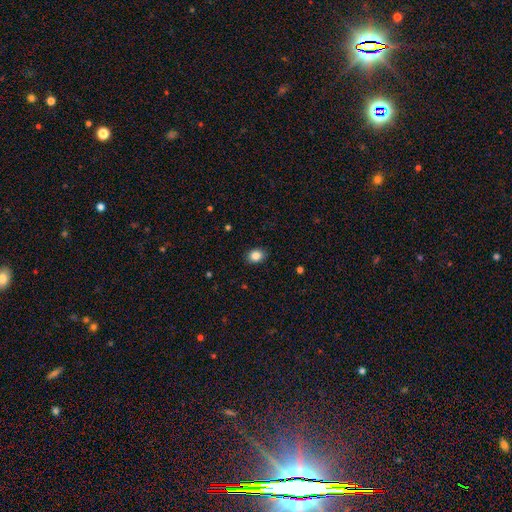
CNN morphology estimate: The model was most divided on "how rounded": in between: 55%, round: 44%, cigar-shaped: 1%. More confident: merging — none (88%); smooth or featured — smooth (86%).